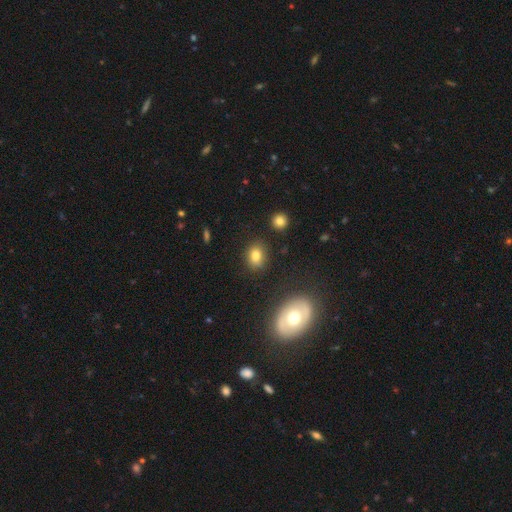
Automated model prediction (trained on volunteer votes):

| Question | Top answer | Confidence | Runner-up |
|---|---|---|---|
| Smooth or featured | smooth | 79% | star or artifact (12%) |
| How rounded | in between | 54% | round (44%) |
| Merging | none | 84% | minor disturbance (10%) |